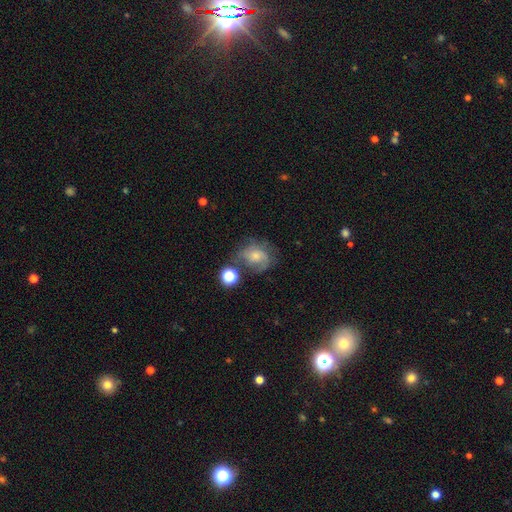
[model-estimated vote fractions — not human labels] featured or disk 52%, smooth 37%, star or artifact 12%. Down the decision tree: edge-on disk — no (97%); bar — no (72%); spiral arms — yes (80%); bulge size — small (51%); merging — none (48%).